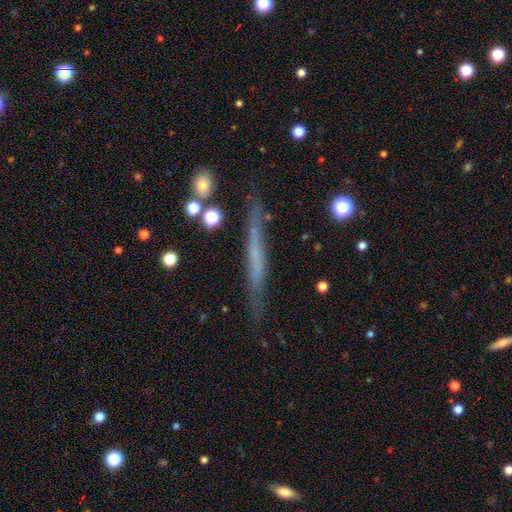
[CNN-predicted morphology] Q: Smooth or featured?
A: featured or disk (51%); runner-up: smooth (39%)
Q: Edge-on disk?
A: yes (92%); runner-up: no (8%)
Q: Merging?
A: none (81%); runner-up: minor disturbance (13%)